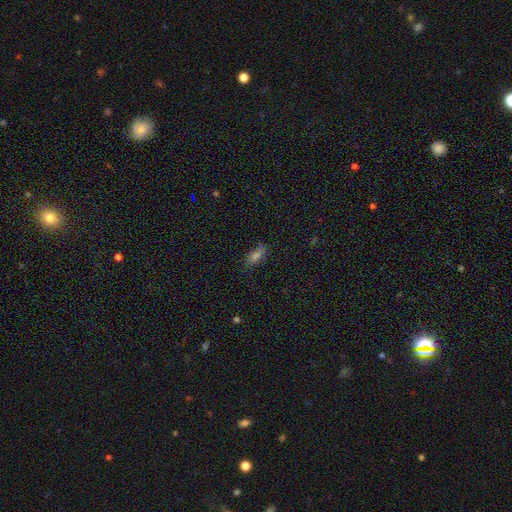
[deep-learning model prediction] Smooth or featured? smooth (66%)
How rounded? in between (69%)
Merging? none (79%)